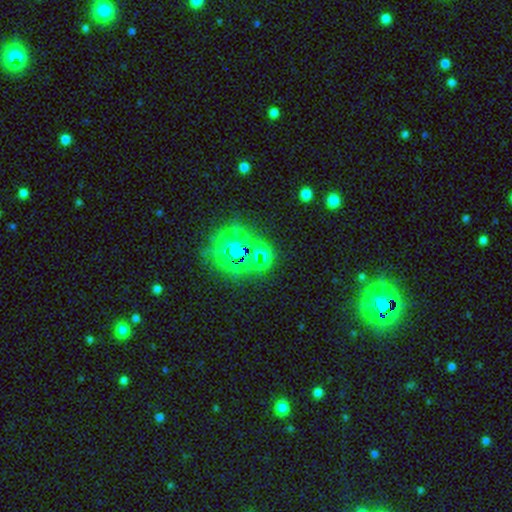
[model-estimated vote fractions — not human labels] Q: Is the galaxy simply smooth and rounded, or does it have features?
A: star or artifact — 74%.